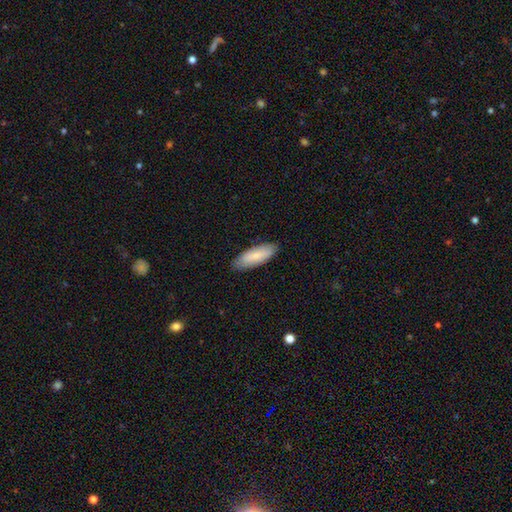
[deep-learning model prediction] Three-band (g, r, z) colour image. It shows a smooth galaxy with no disk features (80%) that is in between round and cigar-shaped (64%). Merging: none (87%).